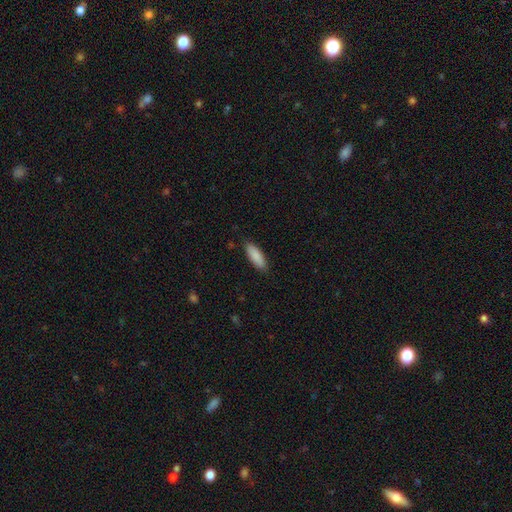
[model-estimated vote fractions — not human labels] This is clearly a smooth galaxy (89%). How rounded: possibly in between (58%). Merging: clearly none (87%).